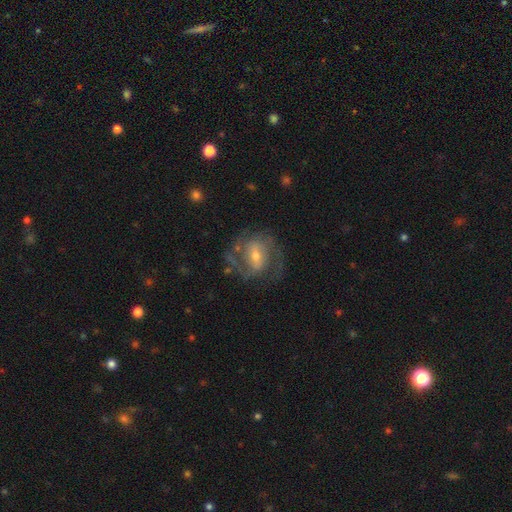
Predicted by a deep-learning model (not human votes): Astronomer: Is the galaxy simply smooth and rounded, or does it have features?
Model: featured or disk — 81%.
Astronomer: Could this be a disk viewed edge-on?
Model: no — 97%.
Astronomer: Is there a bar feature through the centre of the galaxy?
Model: weak — 47% (runner-up: strong, 28%).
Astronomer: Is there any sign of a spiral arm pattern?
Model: yes — 91%.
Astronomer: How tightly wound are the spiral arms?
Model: medium — 53% (runner-up: tight, 30%).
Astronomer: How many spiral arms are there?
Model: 2 — 74%.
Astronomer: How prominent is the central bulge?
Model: moderate — 49% (runner-up: small, 43%).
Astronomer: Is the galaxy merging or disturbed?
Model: none — 68%.